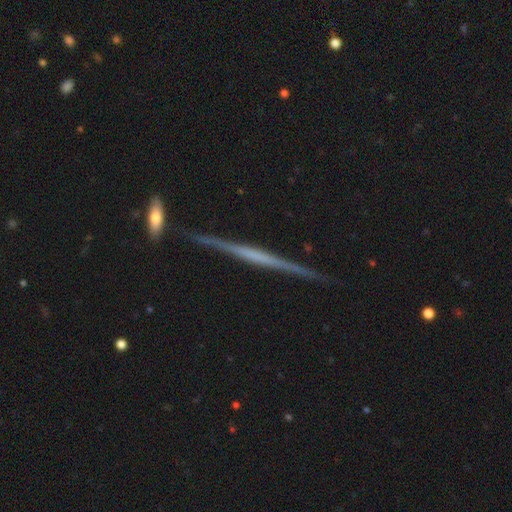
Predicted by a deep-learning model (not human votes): Q: Smooth or featured?
A: featured or disk (75%); runner-up: smooth (19%)
Q: Edge-on disk?
A: yes (98%); runner-up: no (2%)
Q: Edge-on bulge?
A: none (72%); runner-up: rounded (16%)
Q: Merging?
A: none (88%); runner-up: minor disturbance (8%)